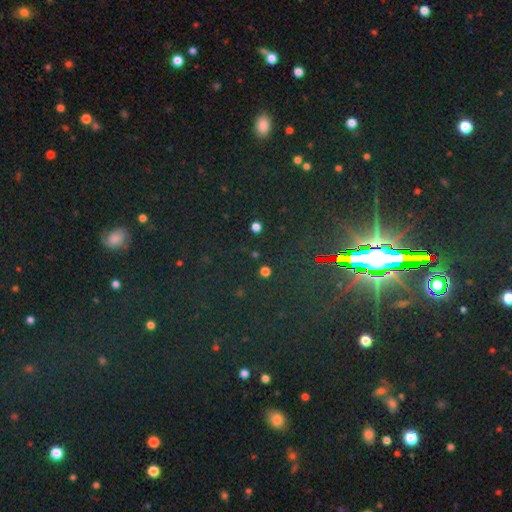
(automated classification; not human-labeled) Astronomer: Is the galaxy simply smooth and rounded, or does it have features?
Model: star or artifact — 80%.